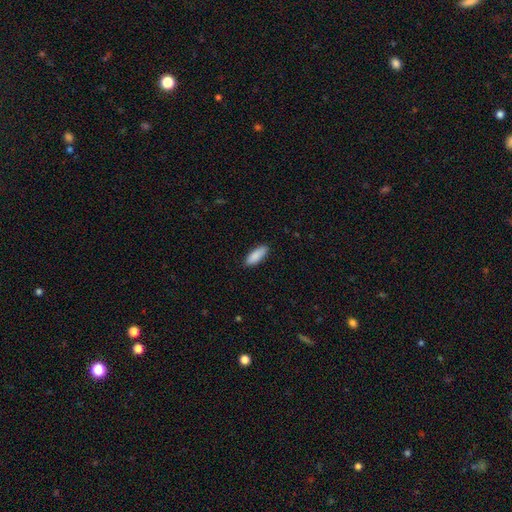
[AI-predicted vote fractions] smooth_or_featured: smooth (p=0.89) [alt: star or artifact p=0.06]
how_rounded: in between (p=0.68) [alt: cigar-shaped p=0.31]
merging: none (p=0.87) [alt: minor disturbance p=0.10]